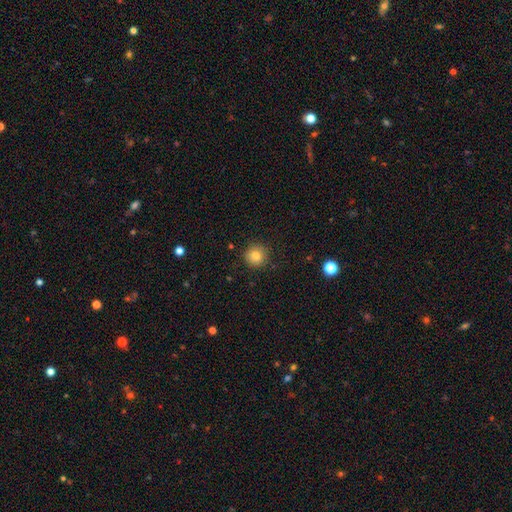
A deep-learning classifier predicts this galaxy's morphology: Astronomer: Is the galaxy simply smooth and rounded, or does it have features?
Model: smooth — 82%.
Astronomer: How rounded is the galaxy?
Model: round — 94%.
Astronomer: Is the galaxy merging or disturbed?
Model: none — 90%.